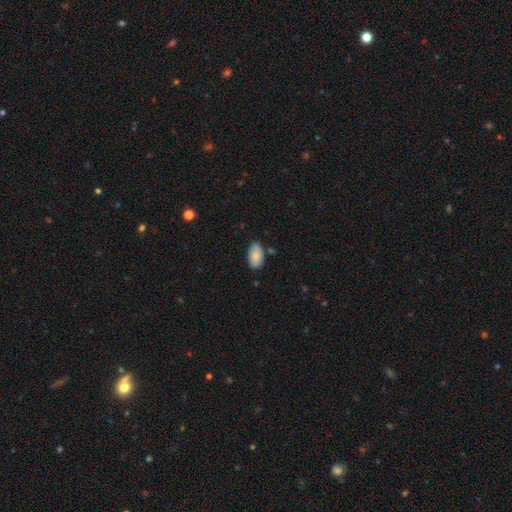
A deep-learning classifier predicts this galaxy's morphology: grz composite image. It shows a smooth galaxy with no disk features (84%) that is in between round and cigar-shaped (95%). Merging: none (75%).